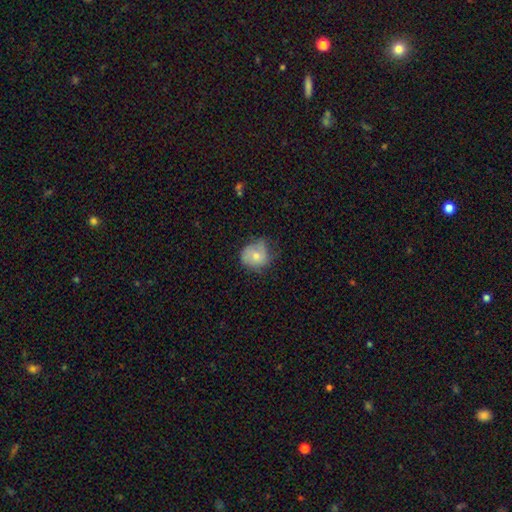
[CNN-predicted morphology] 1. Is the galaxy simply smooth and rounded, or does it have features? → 62% smooth, 30% featured or disk, 8% star or artifact.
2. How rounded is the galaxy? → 72% round, 27% in between, 1% cigar-shaped.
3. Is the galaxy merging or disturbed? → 48% none, 36% minor disturbance, 15% major disturbance, 2% merger.